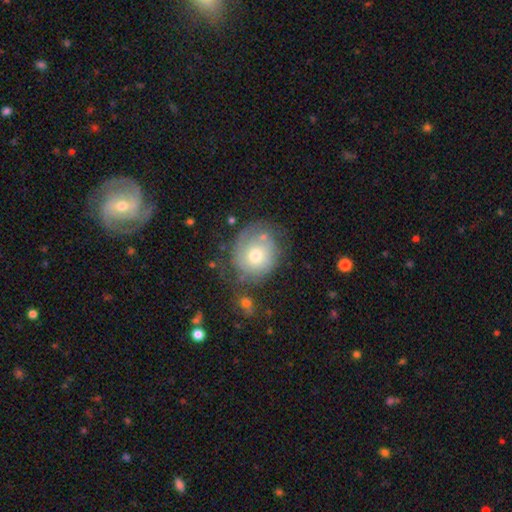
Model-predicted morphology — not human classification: The model was most divided on "smooth or featured": smooth: 49%, featured or disk: 42%, star or artifact: 9%. More confident: merging — none (55%).